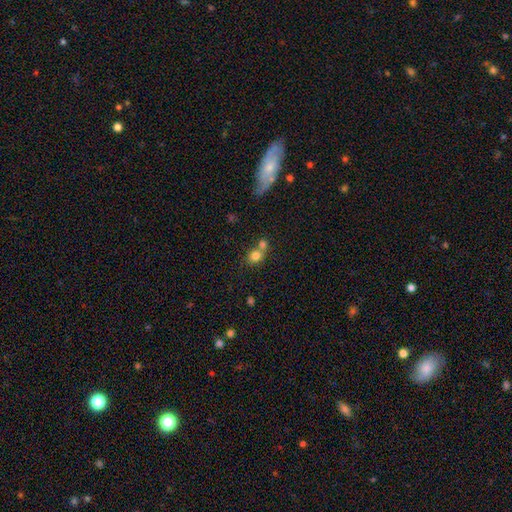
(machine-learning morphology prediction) Smooth or featured? smooth (79%)
How rounded? round (73%)
Merging? merger (48%)